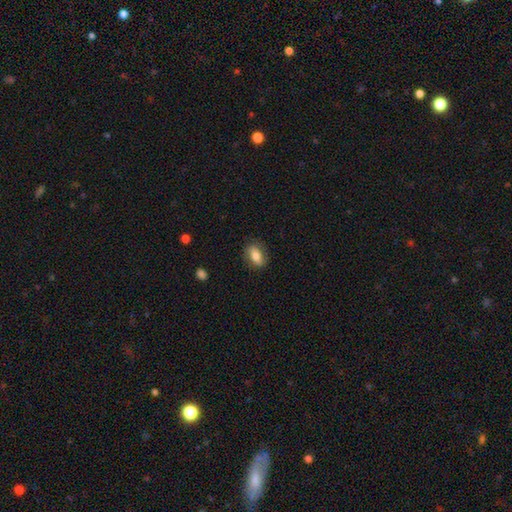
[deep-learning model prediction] This is likely a smooth galaxy (73%). How rounded: clearly in between (81%). Merging: clearly none (82%).